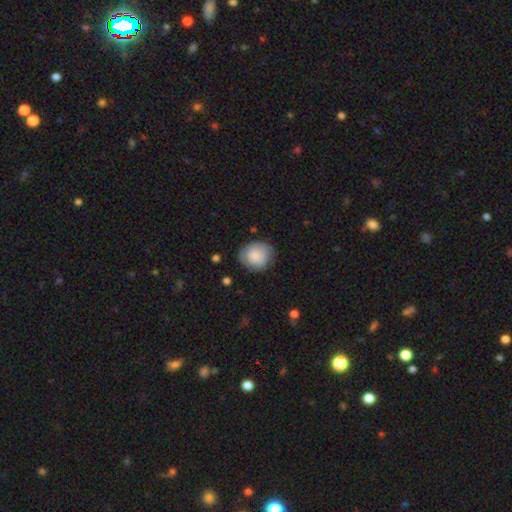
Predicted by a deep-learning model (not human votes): A smooth galaxy with no disk features (81%) that is round (77%).

Vote fractions:
- Smooth or featured? smooth: 81% / featured or disk: 12% / star or artifact: 7%
- How rounded? round: 77% / in between: 23% / cigar-shaped: 1%
- Merging? none: 76% / minor disturbance: 18% / major disturbance: 5% / merger: 1%